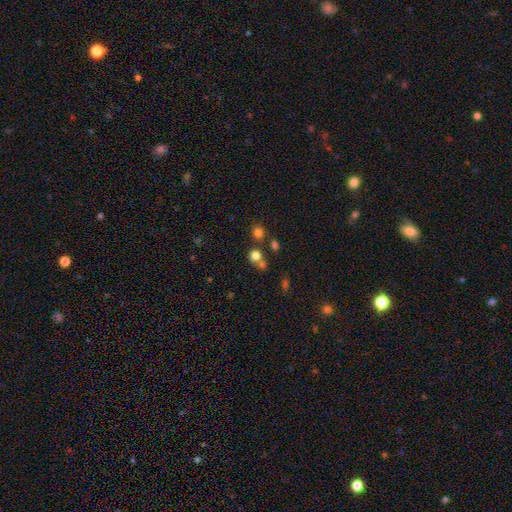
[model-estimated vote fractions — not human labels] Morphology: type=smooth (75%); roundness=round (83%); merging=none (57%).